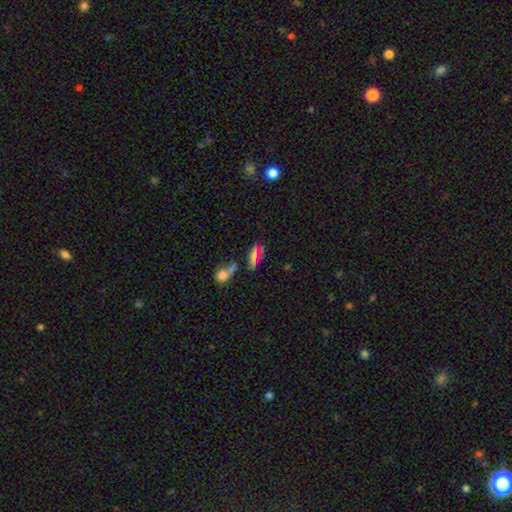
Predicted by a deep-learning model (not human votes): A smooth galaxy with no disk features (52%) that is in between round and cigar-shaped (57%).

Vote fractions:
- Smooth or featured? smooth: 52% / featured or disk: 27% / star or artifact: 21%
- How rounded? in between: 57% / cigar-shaped: 36% / round: 7%
- Merging? none: 50% / merger: 24% / minor disturbance: 16% / major disturbance: 10%